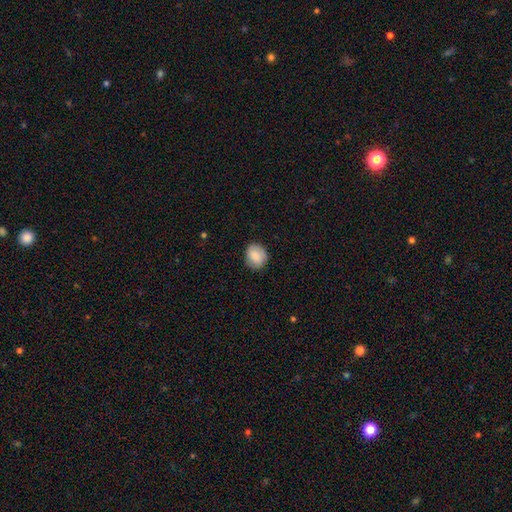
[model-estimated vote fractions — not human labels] Smooth or featured: smooth — 86% (star or artifact — 7%)
How rounded: round — 66% (in between — 33%)
Merging: none — 85% (minor disturbance — 12%)